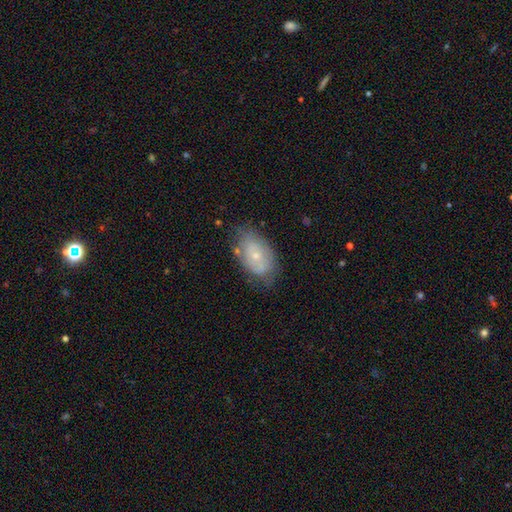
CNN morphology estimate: type=featured or disk (52%); edge-on=no (94%); merging=none (66%).